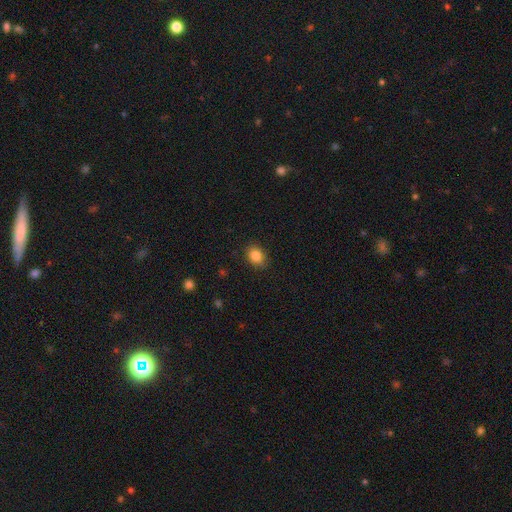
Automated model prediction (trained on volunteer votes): smooth 85%, star or artifact 10%, featured or disk 5%. Down the decision tree: how rounded — in between (63%); merging — none (86%).